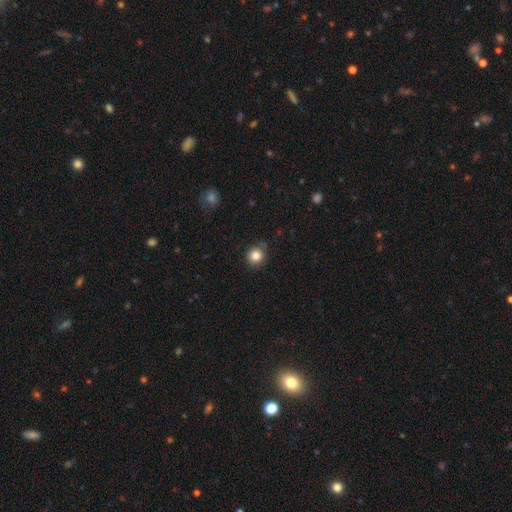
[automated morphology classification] smooth_or_featured: smooth (p=0.83) [alt: star or artifact p=0.11]
how_rounded: round (p=0.88) [alt: in between p=0.11]
merging: none (p=0.79) [alt: minor disturbance p=0.16]